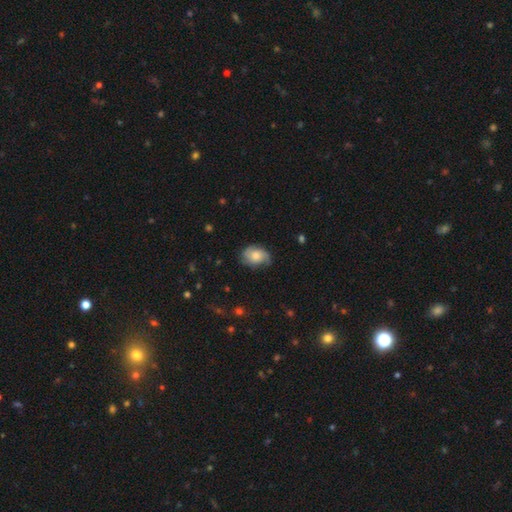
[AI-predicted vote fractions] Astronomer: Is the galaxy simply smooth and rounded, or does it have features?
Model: smooth — 51% (runner-up: featured or disk, 41%).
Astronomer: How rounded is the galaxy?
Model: in between — 69%.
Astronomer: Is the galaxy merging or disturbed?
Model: none — 62%.